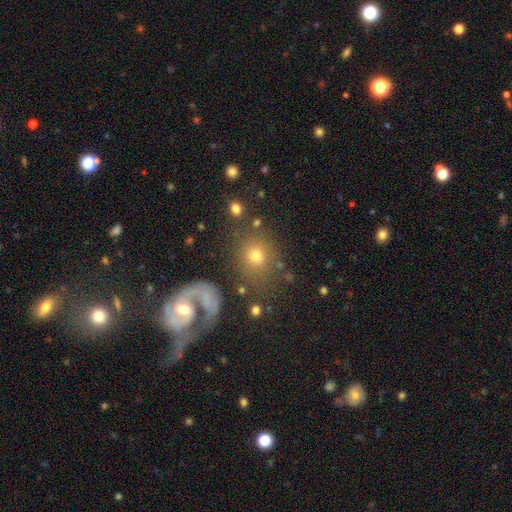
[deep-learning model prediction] Overall: smooth (61%; featured or disk 25%). How rounded: round (68%; in between 30%). Merging: none (61%).